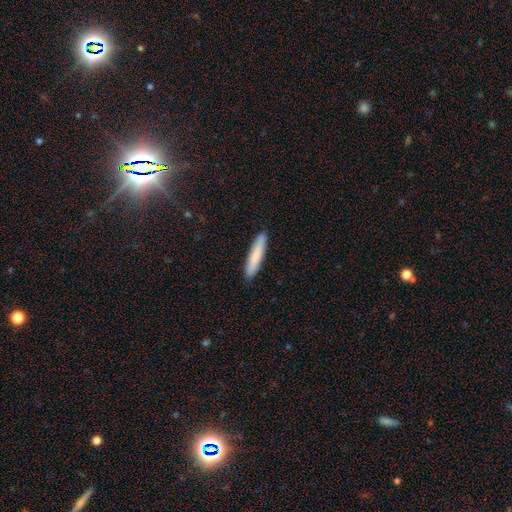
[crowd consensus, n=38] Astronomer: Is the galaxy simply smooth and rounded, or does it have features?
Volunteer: smooth — 89%.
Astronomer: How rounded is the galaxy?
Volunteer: cigar-shaped — 88%.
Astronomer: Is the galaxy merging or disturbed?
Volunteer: none — 94%.